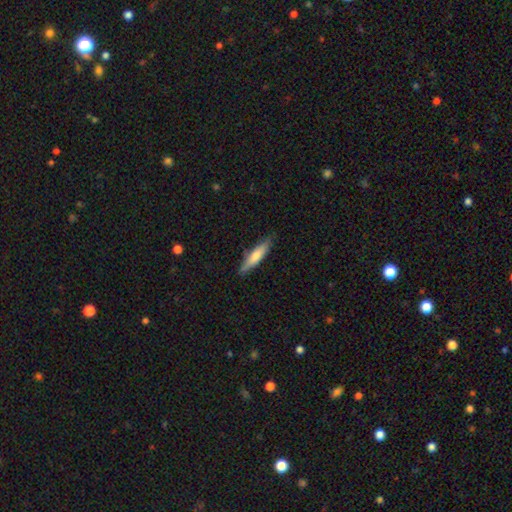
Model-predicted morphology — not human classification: smooth_or_featured: smooth (p=0.63) [alt: featured or disk p=0.32]
how_rounded: cigar-shaped (p=0.84) [alt: in between p=0.15]
merging: none (p=0.85) [alt: minor disturbance p=0.12]